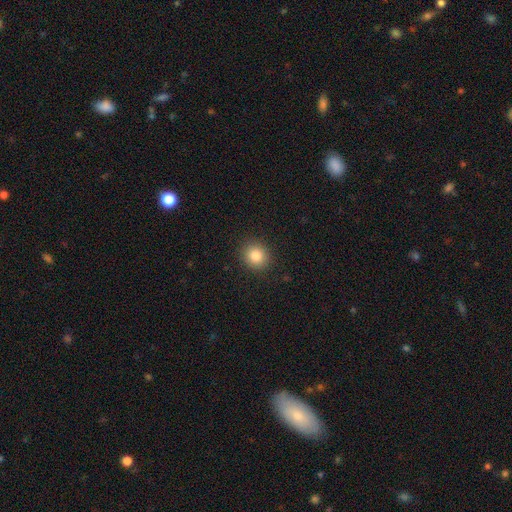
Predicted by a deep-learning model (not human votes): Smooth or featured? smooth (83%)
How rounded? round (85%)
Merging? none (91%)